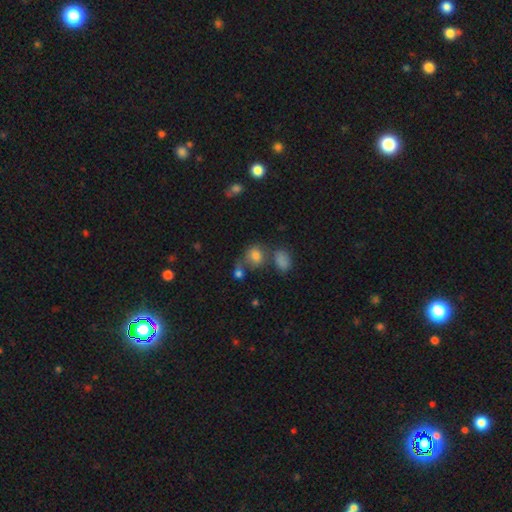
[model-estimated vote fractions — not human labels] This appears to be a smooth galaxy with no disk features (74%) that is round (50%). Merging: none (42%).